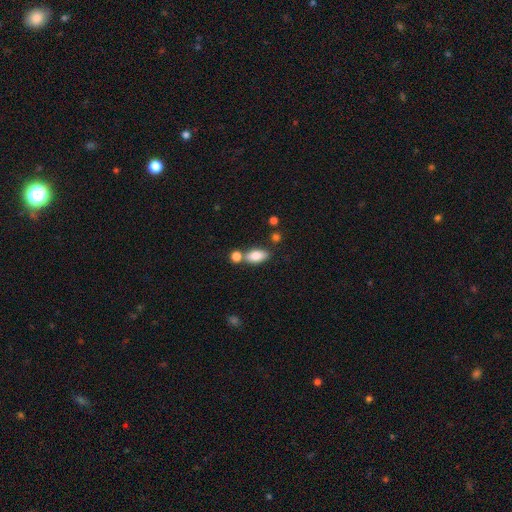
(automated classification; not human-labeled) Smooth or featured?
  - smooth: 81% *
  - featured or disk: 11%
  - star or artifact: 8%
How rounded?
  - in between: 86% *
  - cigar-shaped: 8%
  - round: 5%
Merging?
  - none: 60% *
  - merger: 24%
  - minor disturbance: 12%
  - major disturbance: 4%